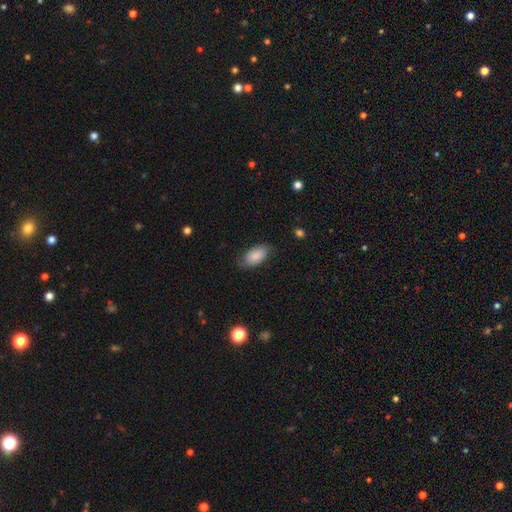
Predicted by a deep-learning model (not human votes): smooth_or_featured: smooth (p=0.86) [alt: featured or disk p=0.08]
how_rounded: in between (p=0.94) [alt: cigar-shaped p=0.03]
merging: none (p=0.76) [alt: minor disturbance p=0.19]